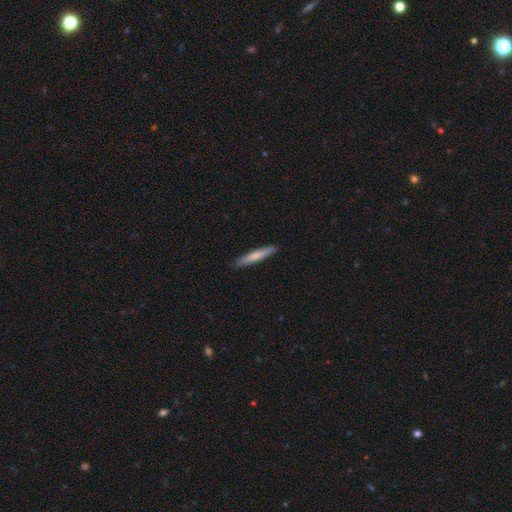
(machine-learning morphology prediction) A smooth galaxy with no disk features (71%) that is cigar-shaped (93%).

Vote fractions:
- Smooth or featured? smooth: 71% / featured or disk: 24% / star or artifact: 5%
- How rounded? cigar-shaped: 93% / in between: 6% / round: 1%
- Merging? none: 90% / minor disturbance: 7% / major disturbance: 1% / merger: 1%